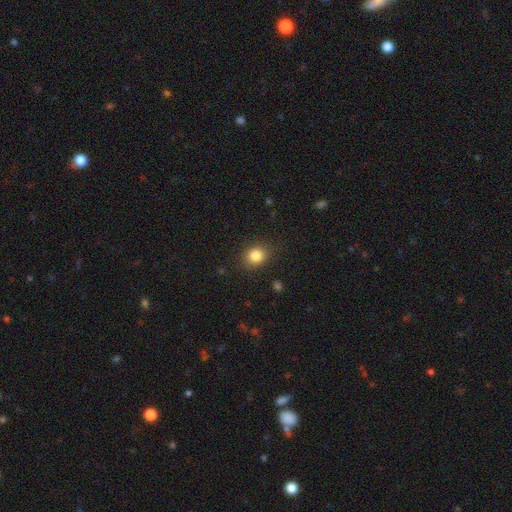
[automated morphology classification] smooth 83%, star or artifact 11%, featured or disk 6%. Down the decision tree: how rounded — round (68%); merging — none (86%).